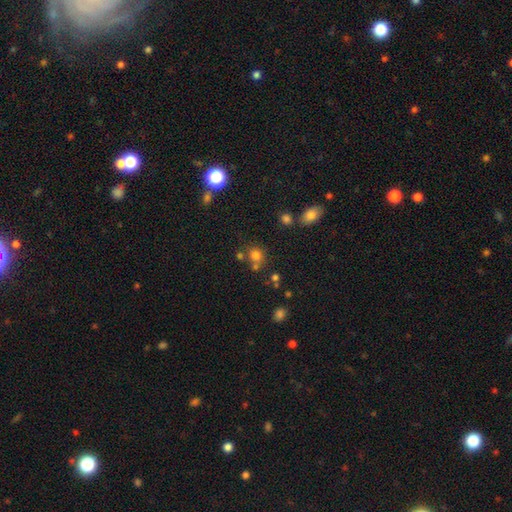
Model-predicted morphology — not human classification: Overall: smooth (75%). How rounded: round (81%). Merging: none (62%; merger 23%).